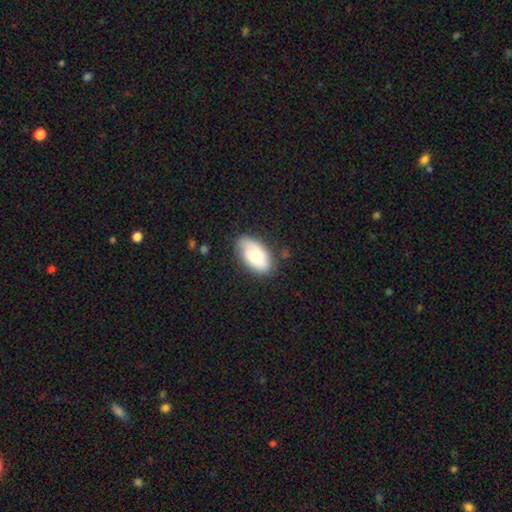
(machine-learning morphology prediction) This is possibly a smooth galaxy (58%). How rounded: clearly in between (94%). Merging: likely none (74%).